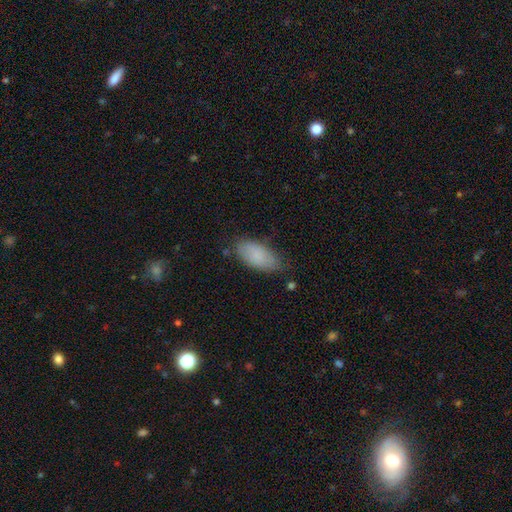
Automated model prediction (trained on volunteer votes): Morphology: type=smooth (85%); roundness=in between (89%); merging=none (73%).